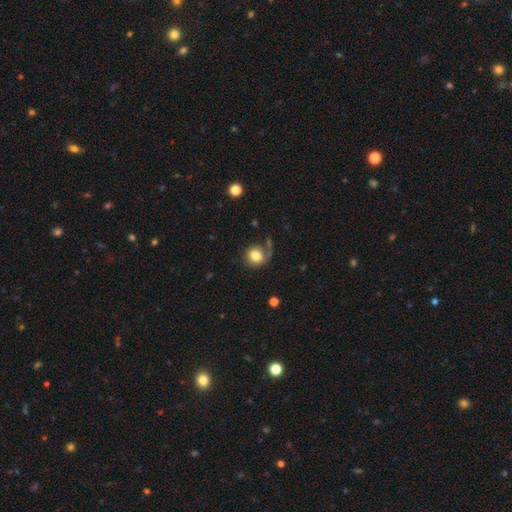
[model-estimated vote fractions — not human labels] Smooth or featured: smooth — 78% (featured or disk — 13%)
How rounded: round — 84% (in between — 15%)
Merging: none — 62% (minor disturbance — 18%)